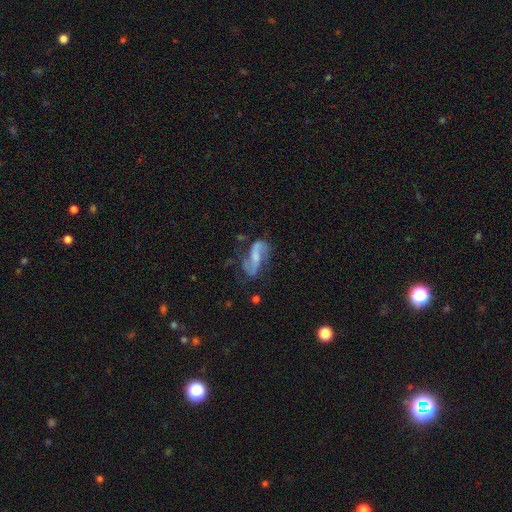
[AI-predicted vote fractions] smooth_or_featured: featured or disk (p=0.75) [alt: smooth p=0.18]
disk_edge_on: no (p=0.93) [alt: yes p=0.07]
bar: weak (p=0.37) [alt: strong p=0.33]
has_spiral_arms: yes (p=0.91) [alt: no p=0.09]
spiral_winding: loose (p=0.58) [alt: medium p=0.31]
spiral_arm_count: 2 (p=0.89) [alt: can't tell p=0.05]
bulge_size: small (p=0.40) [alt: moderate p=0.31]
merging: none (p=0.56) [alt: minor disturbance p=0.23]